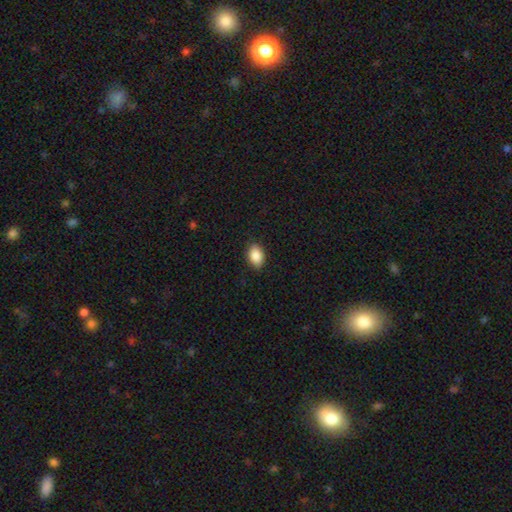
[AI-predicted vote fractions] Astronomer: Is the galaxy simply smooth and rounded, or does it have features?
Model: smooth — 88%.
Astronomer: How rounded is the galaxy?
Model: in between — 83%.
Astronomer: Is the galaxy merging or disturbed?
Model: none — 87%.